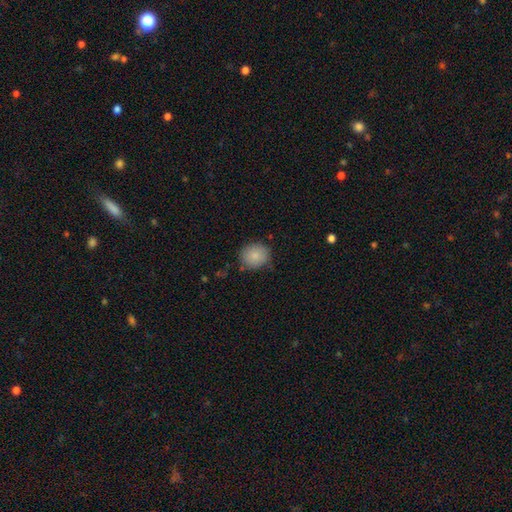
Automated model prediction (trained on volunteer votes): Smooth or featured: smooth — 85% (star or artifact — 8%)
How rounded: round — 83% (in between — 17%)
Merging: none — 80% (minor disturbance — 14%)